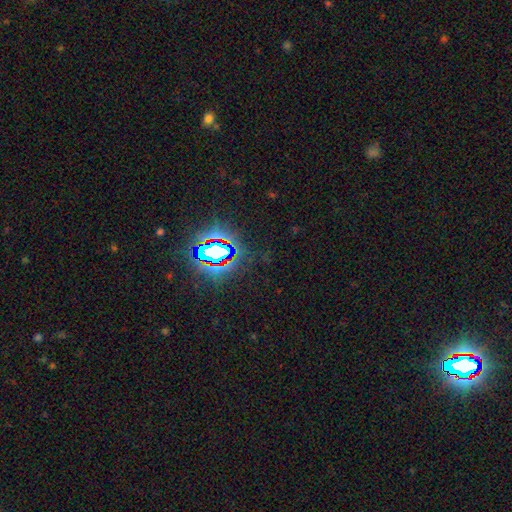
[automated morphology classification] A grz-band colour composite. It shows a star or artifact, not a galaxy (82%).